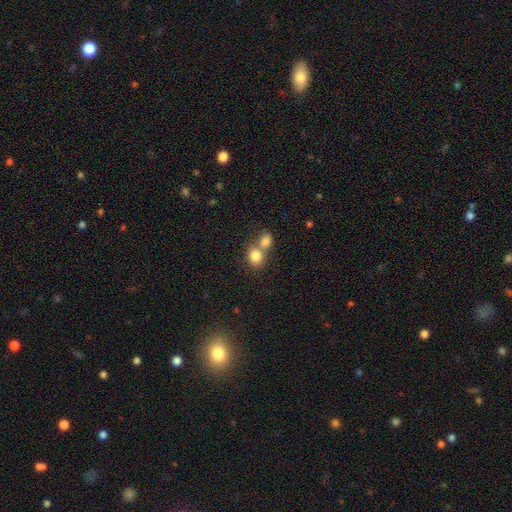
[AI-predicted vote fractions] A smooth galaxy with no disk features (82%) that is round (56%).

Vote fractions:
- Smooth or featured? smooth: 82% / star or artifact: 9% / featured or disk: 9%
- How rounded? round: 56% / in between: 43% / cigar-shaped: 1%
- Merging? merger: 57% / none: 33% / minor disturbance: 7% / major disturbance: 3%